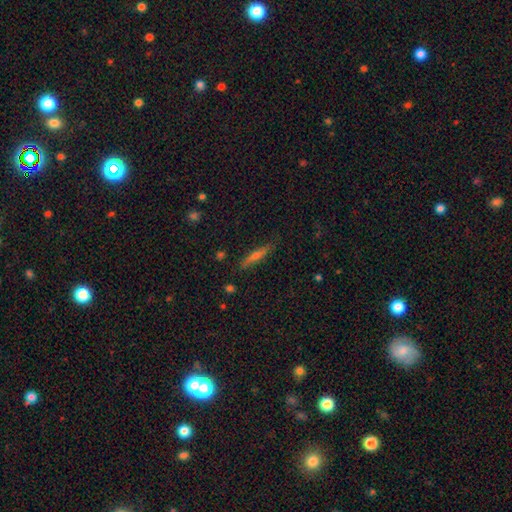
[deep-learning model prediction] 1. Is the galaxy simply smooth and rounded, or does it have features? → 52% featured or disk, 39% smooth, 9% star or artifact.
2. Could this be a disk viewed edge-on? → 94% yes, 6% no.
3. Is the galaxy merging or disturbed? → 86% none, 10% minor disturbance, 2% major disturbance, 1% merger.